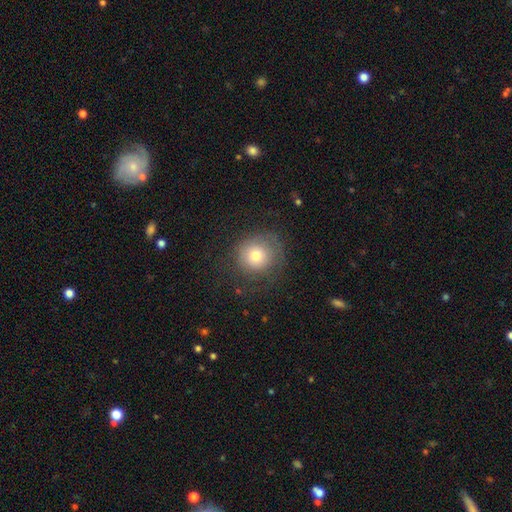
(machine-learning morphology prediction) This is likely a smooth galaxy (70%). How rounded: clearly round (91%). Merging: likely none (70%).